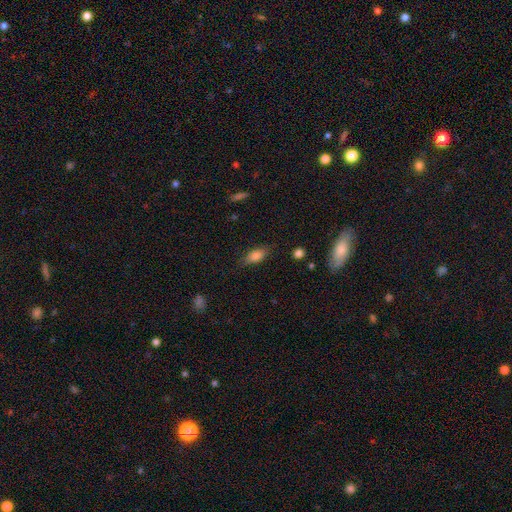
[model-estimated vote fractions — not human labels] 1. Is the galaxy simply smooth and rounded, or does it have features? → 81% smooth, 11% featured or disk, 8% star or artifact.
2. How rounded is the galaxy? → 82% in between, 14% cigar-shaped, 4% round.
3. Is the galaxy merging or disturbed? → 79% none, 16% minor disturbance, 4% major disturbance, 1% merger.